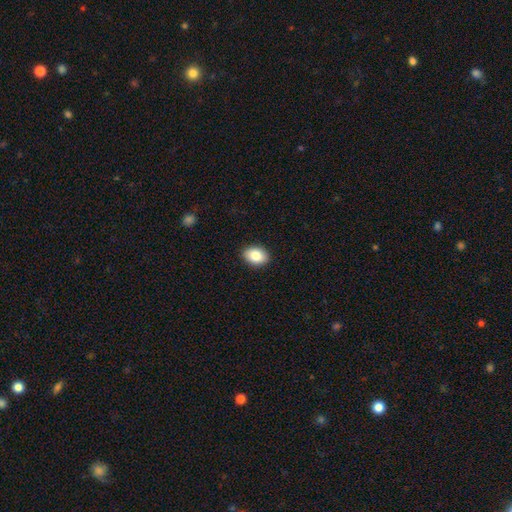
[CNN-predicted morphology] smooth_or_featured: smooth (p=0.86) [alt: star or artifact p=0.07]
how_rounded: in between (p=0.79) [alt: round p=0.20]
merging: none (p=0.90) [alt: minor disturbance p=0.07]